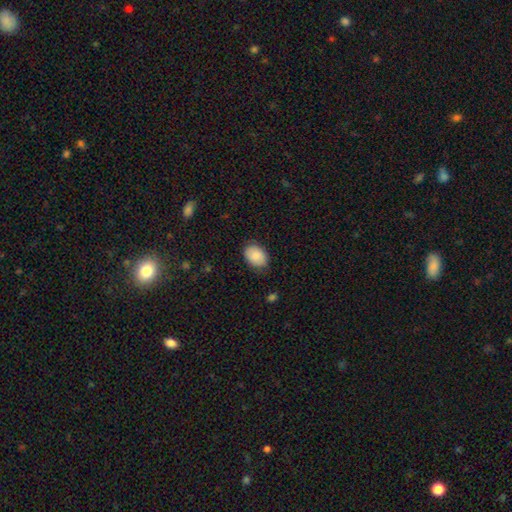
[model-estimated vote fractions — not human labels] smooth 88%, star or artifact 6%, featured or disk 6%. Down the decision tree: how rounded — in between (80%); merging — none (84%).